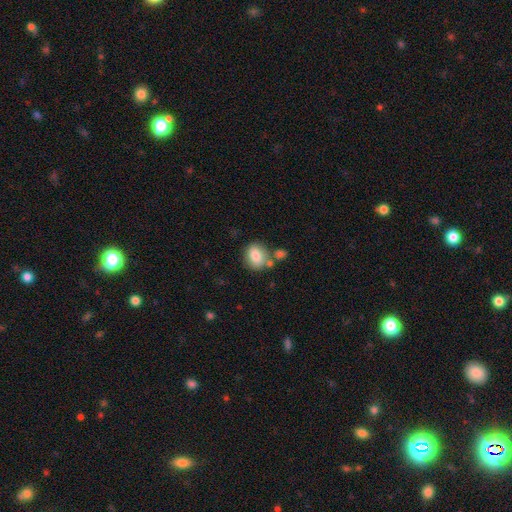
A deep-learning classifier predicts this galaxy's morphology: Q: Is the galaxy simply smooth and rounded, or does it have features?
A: smooth — 81%.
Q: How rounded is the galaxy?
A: round — 50%.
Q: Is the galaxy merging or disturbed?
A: none — 63%.